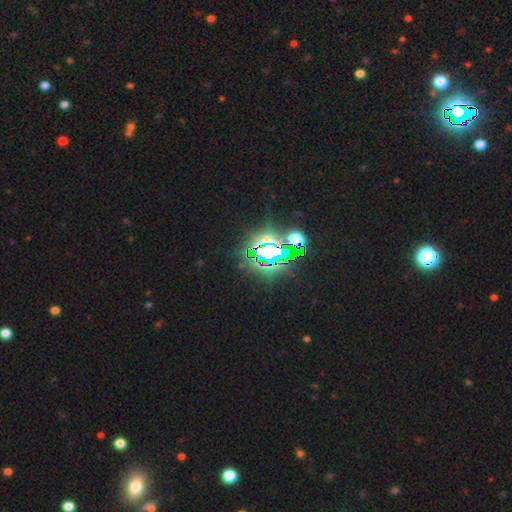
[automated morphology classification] A star or artifact, not a galaxy (84%).

Vote fractions:
- Smooth or featured? star or artifact: 84% / smooth: 9% / featured or disk: 7%